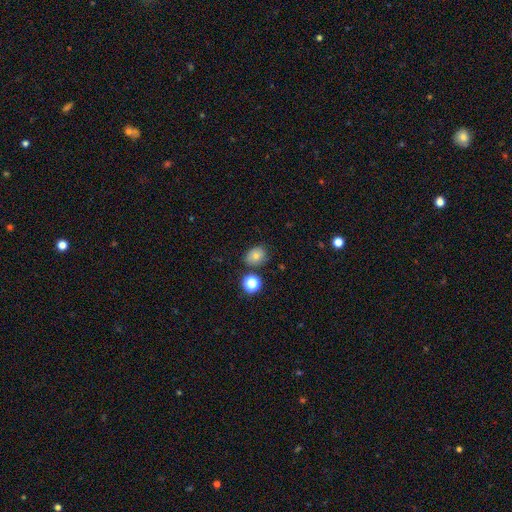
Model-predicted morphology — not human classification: Smooth or featured?
  - smooth: 74% *
  - star or artifact: 15%
  - featured or disk: 12%
How rounded?
  - round: 53% *
  - in between: 46%
  - cigar-shaped: 1%
Merging?
  - none: 74% *
  - minor disturbance: 15%
  - merger: 6%
  - major disturbance: 4%